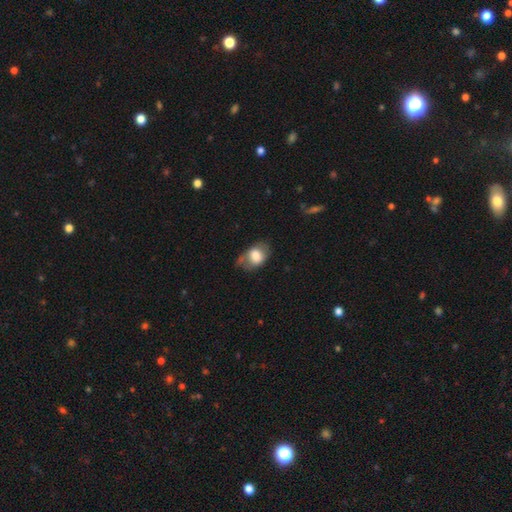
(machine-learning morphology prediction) Smooth or featured? smooth (68%)
How rounded? in between (80%)
Merging? none (48%)